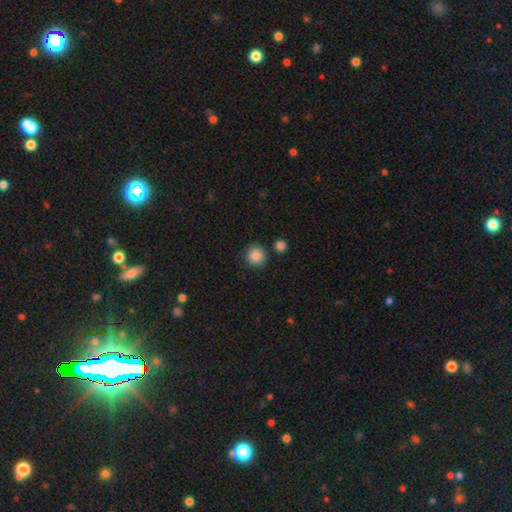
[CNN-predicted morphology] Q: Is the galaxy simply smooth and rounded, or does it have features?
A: smooth — 87%.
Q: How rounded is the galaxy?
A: round — 92%.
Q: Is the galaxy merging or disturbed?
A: none — 83%.